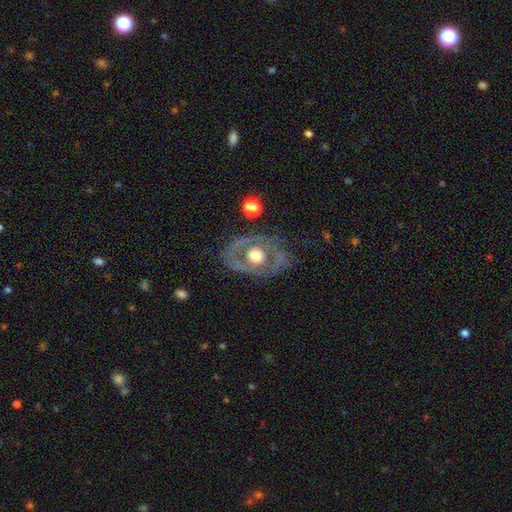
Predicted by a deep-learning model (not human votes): The model was most divided on "bulge size": moderate: 50%, large: 41%, dominant: 4%, small: 3%, none: 1%. More confident: edge-on disk — no (93%); bar — no (87%); spiral arms — no (77%); merging — none (72%); smooth or featured — featured or disk (64%).